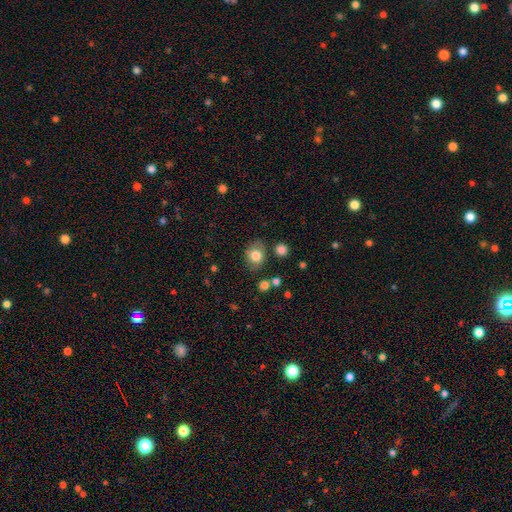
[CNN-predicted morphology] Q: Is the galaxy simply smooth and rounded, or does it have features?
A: smooth — 80%.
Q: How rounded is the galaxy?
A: round — 54%.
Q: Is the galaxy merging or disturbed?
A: none — 75%.